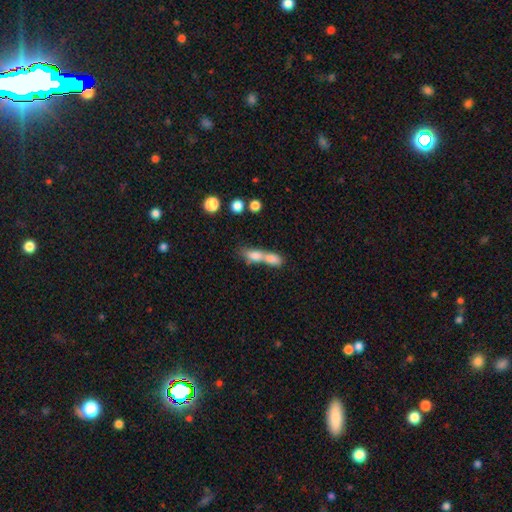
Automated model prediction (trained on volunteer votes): A smooth galaxy with no disk features (74%) that is in between round and cigar-shaped (62%).

Vote fractions:
- Smooth or featured? smooth: 74% / featured or disk: 17% / star or artifact: 9%
- How rounded? in between: 62% / cigar-shaped: 24% / round: 14%
- Merging? merger: 71% / none: 18% / minor disturbance: 6% / major disturbance: 5%